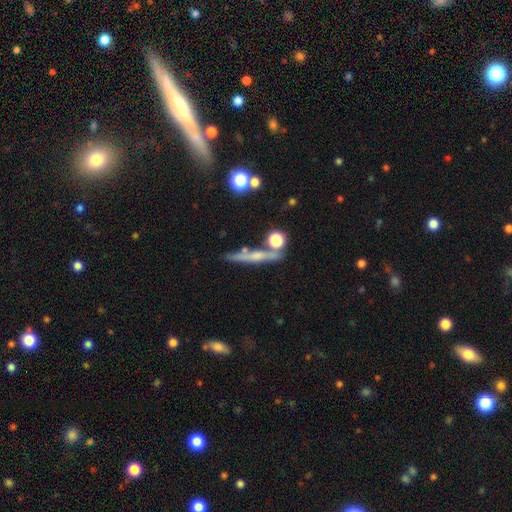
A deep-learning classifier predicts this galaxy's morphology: Smooth or featured: featured or disk — 53% (smooth — 36%)
Edge-on disk: yes — 92% (no — 8%)
Merging: none — 74% (minor disturbance — 12%)